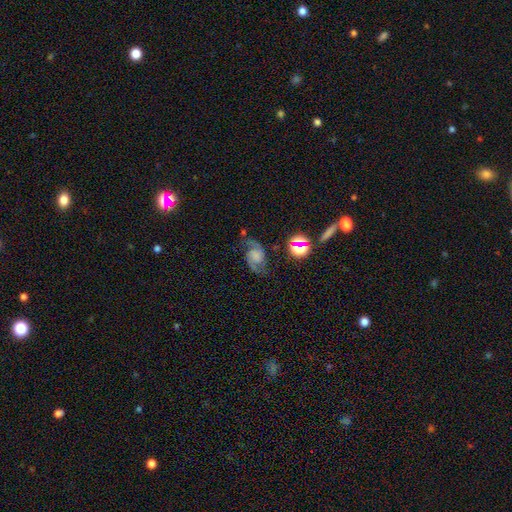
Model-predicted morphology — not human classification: smooth_or_featured: featured or disk (p=0.80) [alt: smooth p=0.11]
disk_edge_on: no (p=0.97) [alt: yes p=0.03]
bar: no (p=0.55) [alt: weak p=0.35]
has_spiral_arms: yes (p=0.96) [alt: no p=0.04]
spiral_winding: medium (p=0.49) [alt: loose p=0.38]
spiral_arm_count: 2 (p=0.93) [alt: can't tell p=0.02]
bulge_size: none (p=0.44) [alt: small p=0.23]
merging: none (p=0.70) [alt: minor disturbance p=0.18]